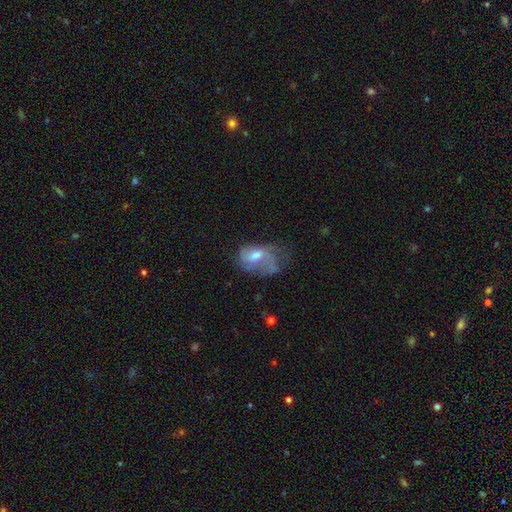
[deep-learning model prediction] Smooth or featured? featured or disk (54%)
Edge-on disk? no (96%)
Bar? no (56%)
Spiral arms? yes (59%)
Bulge size? moderate (56%)
Merging? major disturbance (39%)